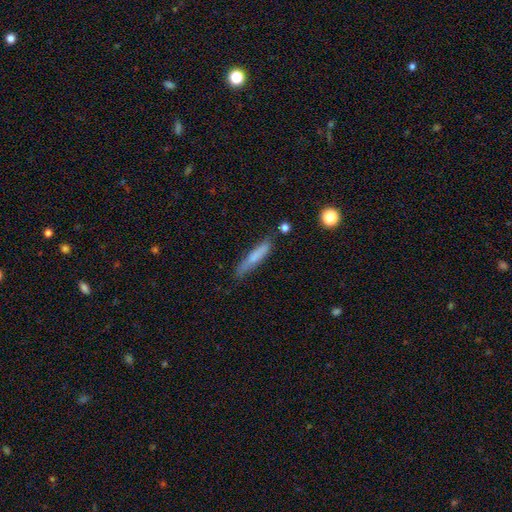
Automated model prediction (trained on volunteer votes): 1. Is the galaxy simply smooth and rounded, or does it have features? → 70% smooth, 23% featured or disk, 7% star or artifact.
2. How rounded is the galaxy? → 90% cigar-shaped, 8% in between, 2% round.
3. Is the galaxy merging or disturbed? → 73% none, 19% minor disturbance, 4% major disturbance, 4% merger.